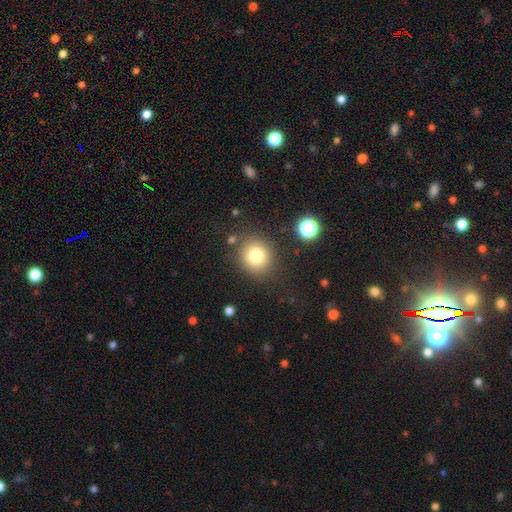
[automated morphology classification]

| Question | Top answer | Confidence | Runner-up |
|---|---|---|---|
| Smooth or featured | smooth | 78% | star or artifact (13%) |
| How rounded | round | 87% | in between (12%) |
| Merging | none | 84% | minor disturbance (9%) |